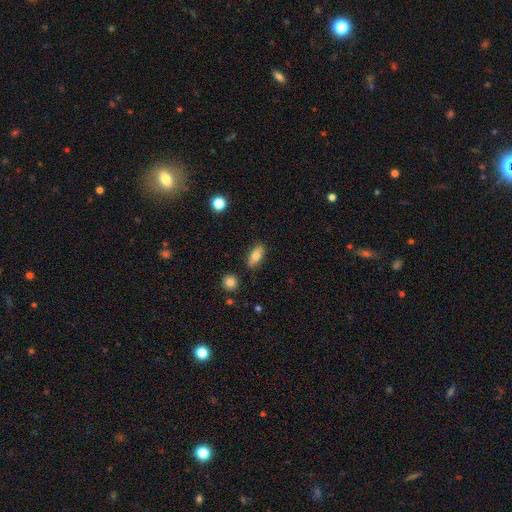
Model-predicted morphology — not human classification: The model was most divided on "smooth or featured": smooth: 74%, featured or disk: 19%, star or artifact: 8%. More confident: merging — none (85%); how rounded — in between (81%).